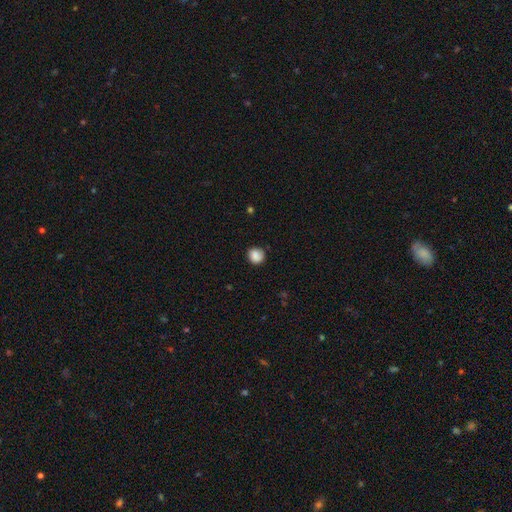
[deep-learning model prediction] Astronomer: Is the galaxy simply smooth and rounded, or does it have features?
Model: smooth — 86%.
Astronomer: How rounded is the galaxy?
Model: round — 86%.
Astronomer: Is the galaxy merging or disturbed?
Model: none — 82%.